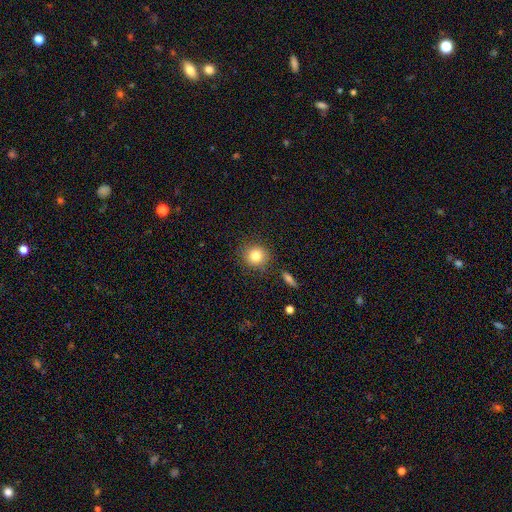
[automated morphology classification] The model was most divided on "smooth or featured": smooth: 82%, star or artifact: 10%, featured or disk: 8%. More confident: how rounded — round (88%); merging — none (85%).